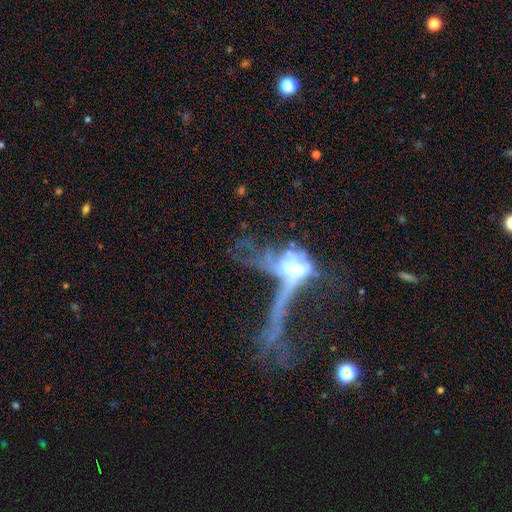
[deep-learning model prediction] This is possibly a featured or disk galaxy (55%). It is likely not viewed edge-on (65%). Merging: possibly major disturbance (49%).